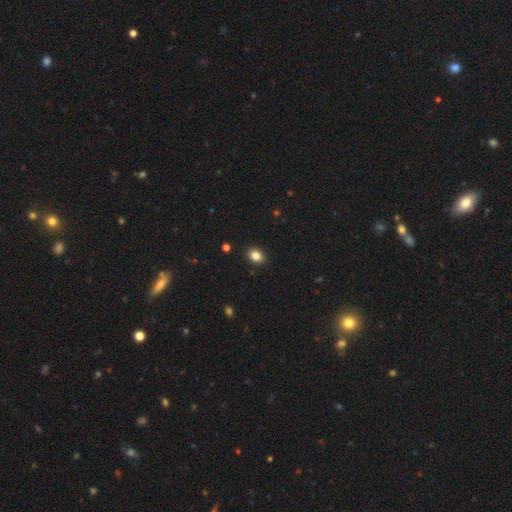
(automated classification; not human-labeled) This appears to be a smooth galaxy with no disk features (85%) that is in between round and cigar-shaped (56%). Merging: none (90%).